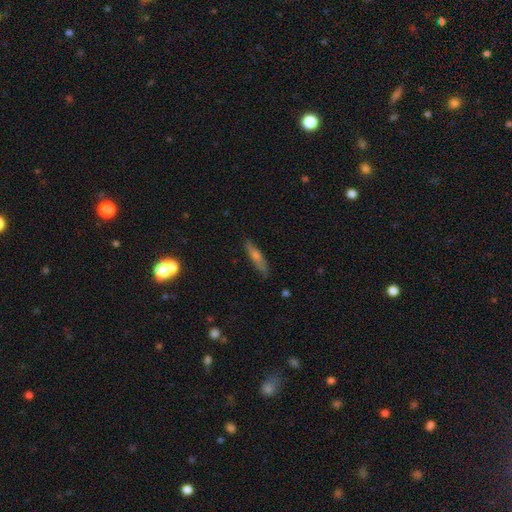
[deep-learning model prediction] This appears to be a smooth galaxy with no disk features (46%). Merging: none (85%).